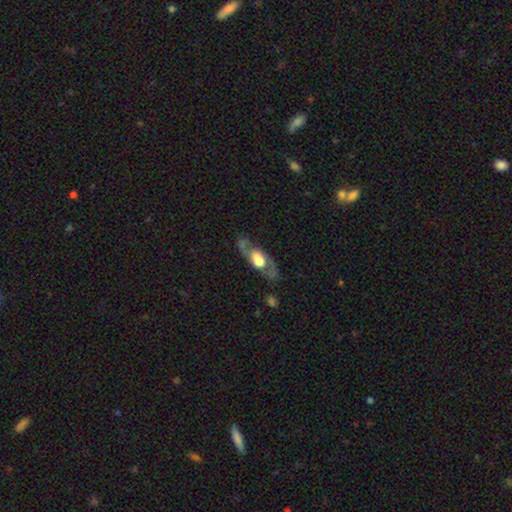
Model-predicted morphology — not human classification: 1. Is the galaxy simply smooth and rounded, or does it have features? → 67% featured or disk, 27% smooth, 6% star or artifact.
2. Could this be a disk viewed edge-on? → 76% no, 24% yes.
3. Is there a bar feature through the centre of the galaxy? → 68% no, 24% weak, 8% strong.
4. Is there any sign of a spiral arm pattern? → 65% yes, 35% no.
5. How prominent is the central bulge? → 52% large, 37% moderate, 6% dominant, 4% small, 1% none.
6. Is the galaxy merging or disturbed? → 65% none, 20% minor disturbance, 12% major disturbance, 3% merger.